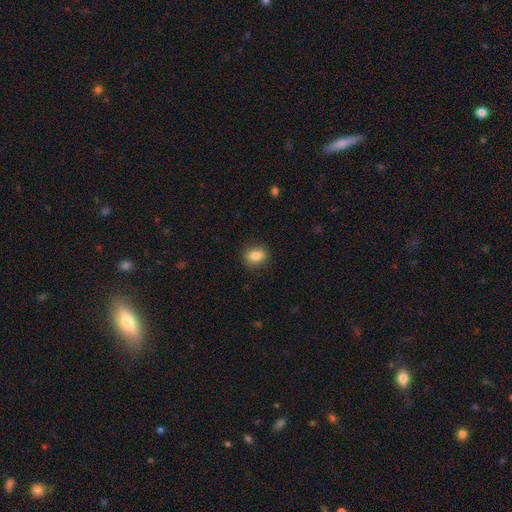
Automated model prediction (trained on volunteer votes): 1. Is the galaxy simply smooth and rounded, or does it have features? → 84% smooth, 9% star or artifact, 8% featured or disk.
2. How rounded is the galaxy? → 59% in between, 40% round, 2% cigar-shaped.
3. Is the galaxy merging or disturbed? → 87% none, 9% minor disturbance, 3% major disturbance, 1% merger.